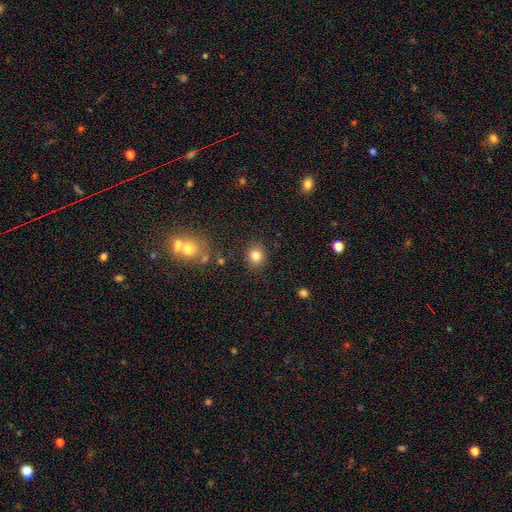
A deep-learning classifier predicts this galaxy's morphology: Overall: smooth (81%). How rounded: round (73%). Merging: none (85%).